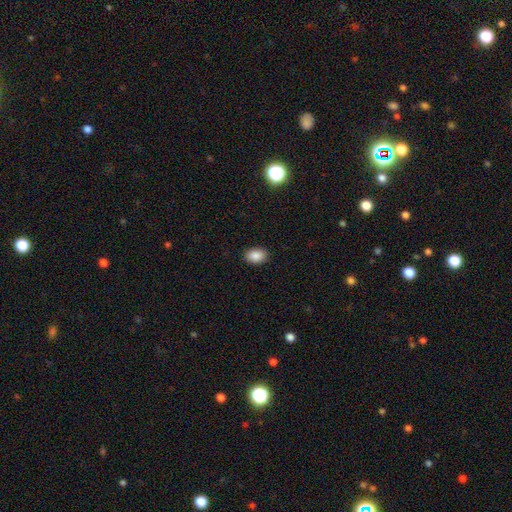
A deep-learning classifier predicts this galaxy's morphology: Smooth or featured? Predicted: smooth (p=0.87). How rounded? Predicted: in between (p=0.83). Merging? Predicted: none (p=0.90).